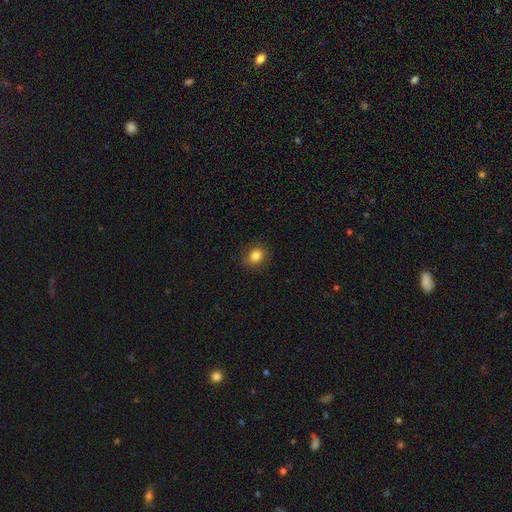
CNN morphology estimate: Smooth or featured? Predicted: smooth (p=0.83). How rounded? Predicted: in between (p=0.50). Merging? Predicted: none (p=0.86).